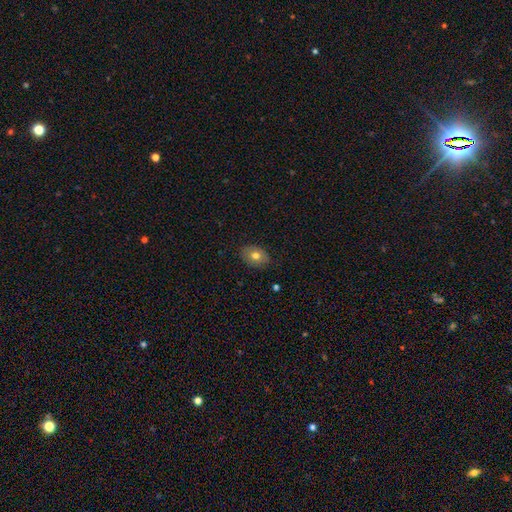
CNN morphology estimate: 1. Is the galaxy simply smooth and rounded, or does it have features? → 74% smooth, 18% featured or disk, 8% star or artifact.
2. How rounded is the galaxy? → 74% in between, 25% round, 1% cigar-shaped.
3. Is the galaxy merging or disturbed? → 85% none, 12% minor disturbance, 2% major disturbance, 1% merger.